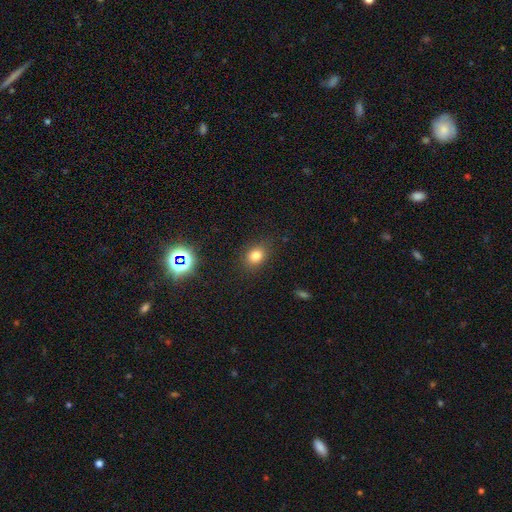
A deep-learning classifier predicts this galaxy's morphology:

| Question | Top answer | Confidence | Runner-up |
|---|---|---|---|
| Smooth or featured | smooth | 78% | star or artifact (15%) |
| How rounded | in between | 51% | round (48%) |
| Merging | none | 85% | minor disturbance (11%) |